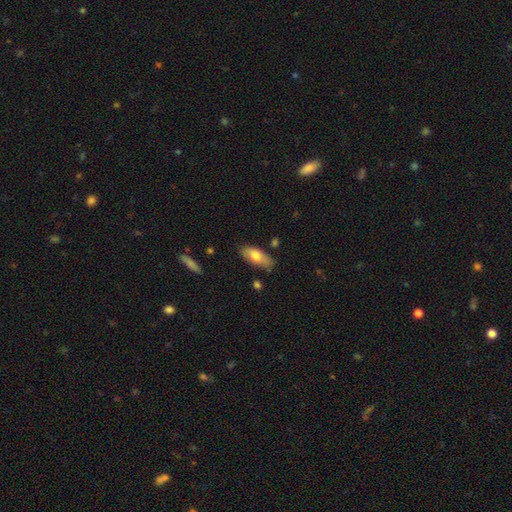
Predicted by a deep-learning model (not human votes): Smooth or featured? smooth (73%)
How rounded? in between (85%)
Merging? none (80%)